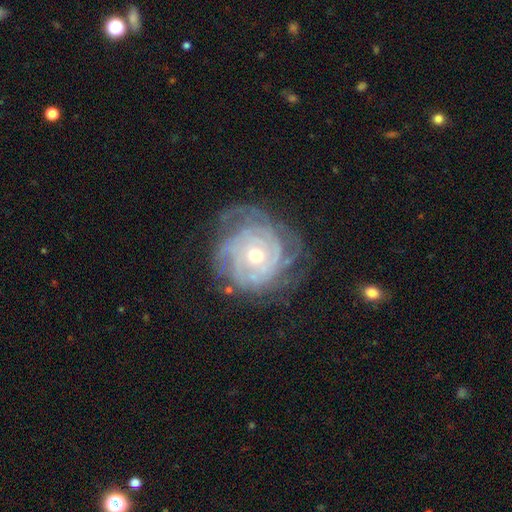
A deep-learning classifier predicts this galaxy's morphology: featured or disk 87%, smooth 7%, star or artifact 6%. Down the decision tree: edge-on disk — no (97%); bar — no (78%); spiral arms — yes (95%); spiral arm count — can't tell (37%); spiral winding — tight (78%); bulge size — moderate (63%); merging — none (69%).